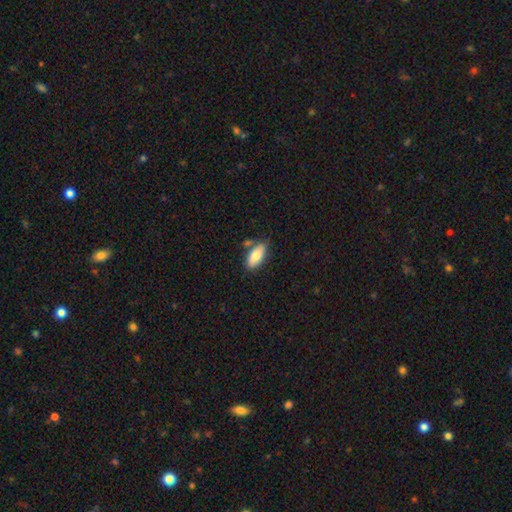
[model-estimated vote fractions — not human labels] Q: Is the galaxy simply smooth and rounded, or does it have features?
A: smooth — 81%.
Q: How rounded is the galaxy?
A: in between — 83%.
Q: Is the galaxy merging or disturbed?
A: none — 67%.